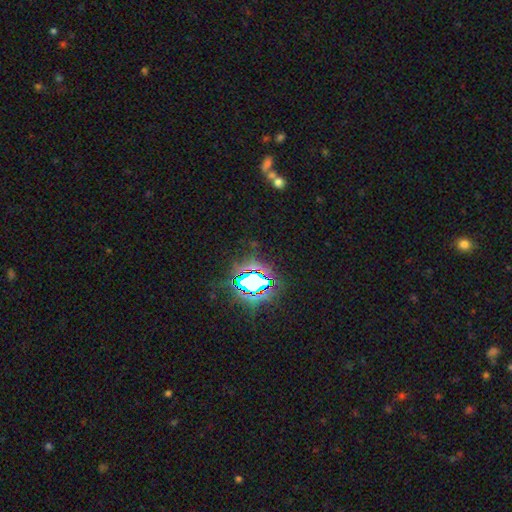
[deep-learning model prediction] Smooth or featured? Predicted: star or artifact (p=0.78).